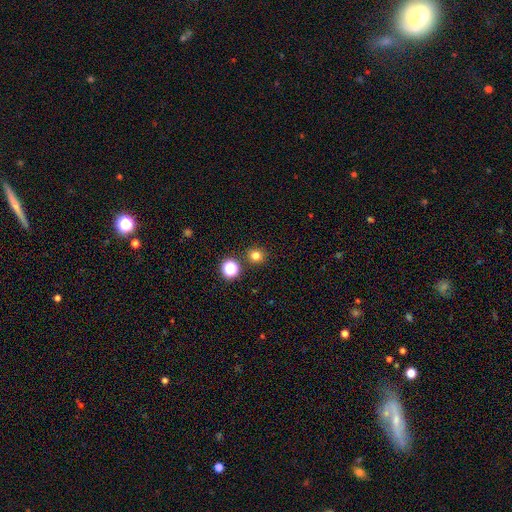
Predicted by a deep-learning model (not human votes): The model was most divided on "smooth or featured": smooth: 78%, star or artifact: 17%, featured or disk: 5%. More confident: how rounded — round (93%); merging — none (88%).